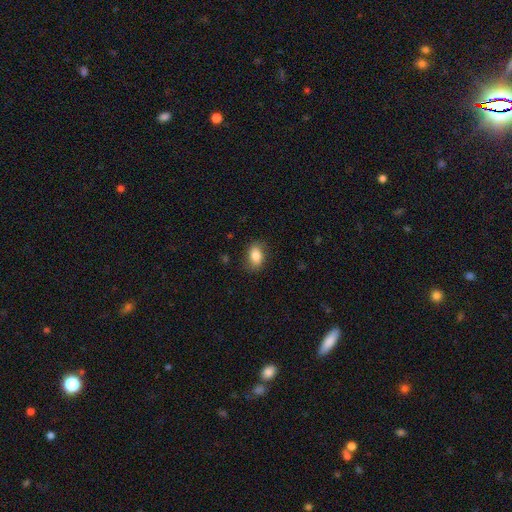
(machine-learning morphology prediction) smooth 83%, featured or disk 9%, star or artifact 8%. Down the decision tree: how rounded — in between (82%); merging — none (81%).